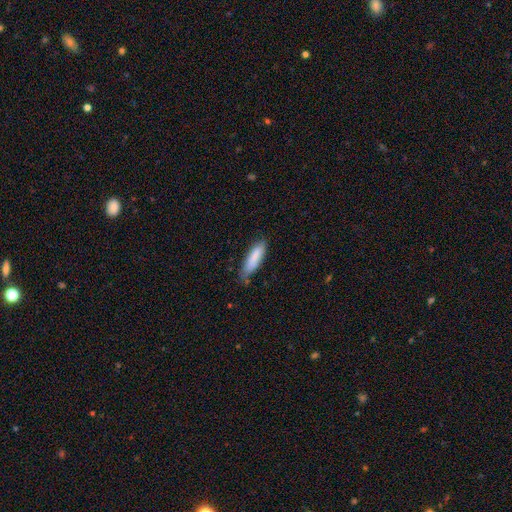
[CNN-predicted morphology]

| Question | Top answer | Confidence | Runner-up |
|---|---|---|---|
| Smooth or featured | smooth | 84% | featured or disk (10%) |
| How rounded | cigar-shaped | 64% | in between (35%) |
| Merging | none | 71% | minor disturbance (23%) |